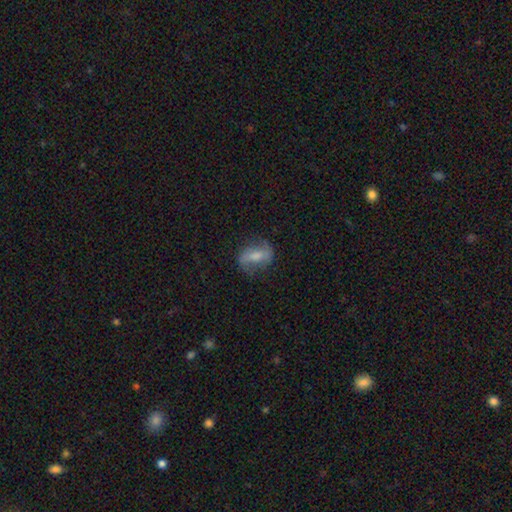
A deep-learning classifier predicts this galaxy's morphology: smooth_or_featured: featured or disk (p=0.53) [alt: smooth p=0.38]
disk_edge_on: no (p=0.94) [alt: yes p=0.06]
bar: weak (p=0.42) [alt: strong p=0.30]
has_spiral_arms: yes (p=0.79) [alt: no p=0.21]
bulge_size: moderate (p=0.40) [alt: small p=0.26]
merging: none (p=0.66) [alt: minor disturbance p=0.21]